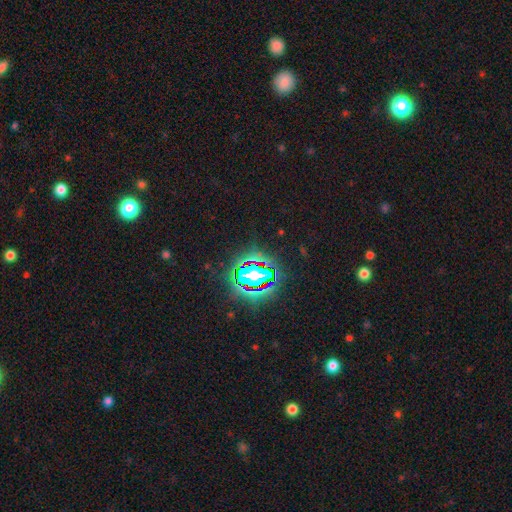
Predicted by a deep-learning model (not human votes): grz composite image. It shows a star or artifact, not a galaxy (83%).